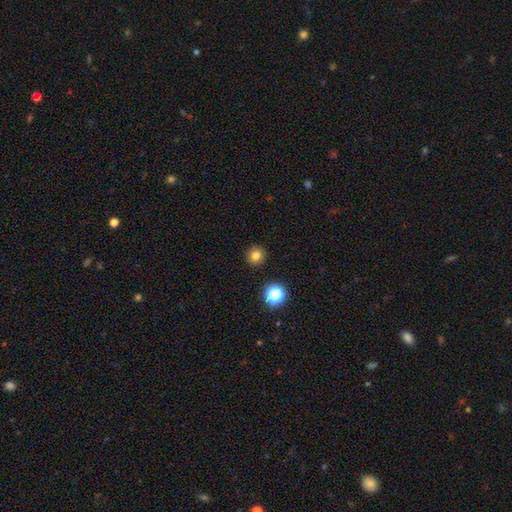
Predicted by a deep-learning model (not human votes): Smooth or featured?
  - smooth: 79% *
  - star or artifact: 15%
  - featured or disk: 6%
How rounded?
  - round: 93% *
  - in between: 6%
  - cigar-shaped: 1%
Merging?
  - none: 92% *
  - minor disturbance: 5%
  - major disturbance: 2%
  - merger: 1%